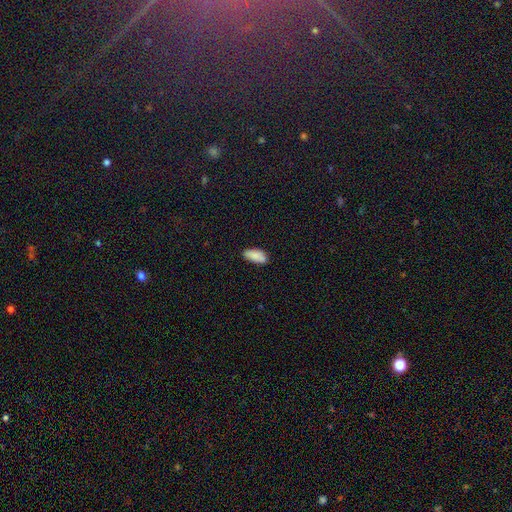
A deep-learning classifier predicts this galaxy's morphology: Smooth or featured: smooth — 87% (featured or disk — 7%)
How rounded: in between — 88% (cigar-shaped — 10%)
Merging: none — 81% (minor disturbance — 15%)